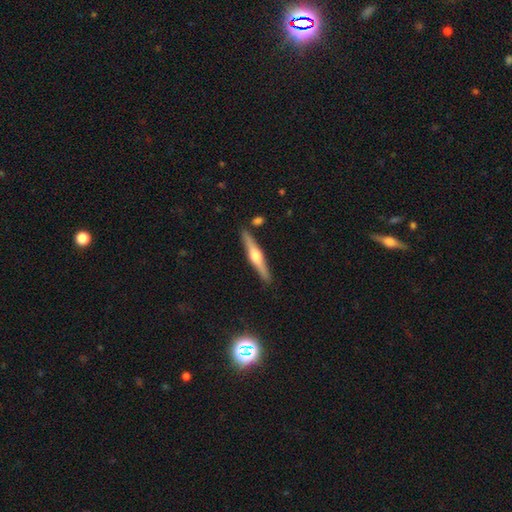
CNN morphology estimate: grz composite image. It shows a featured or disk galaxy (67%) viewed edge-on (97%) with a rounded central bulge (93%). Merging: none (87%).